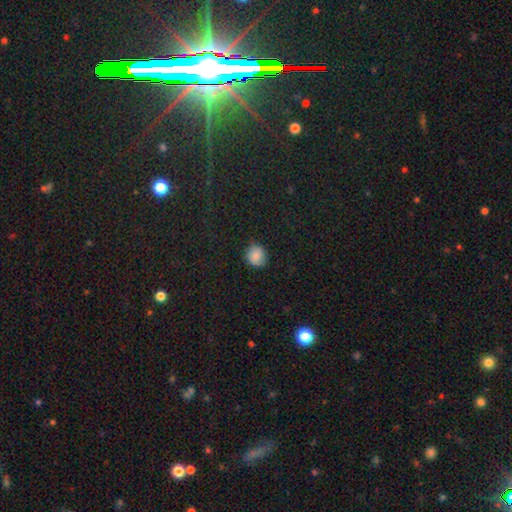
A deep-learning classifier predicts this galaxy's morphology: smooth 77%, featured or disk 12%, star or artifact 11%. Down the decision tree: how rounded — round (84%); merging — none (81%).